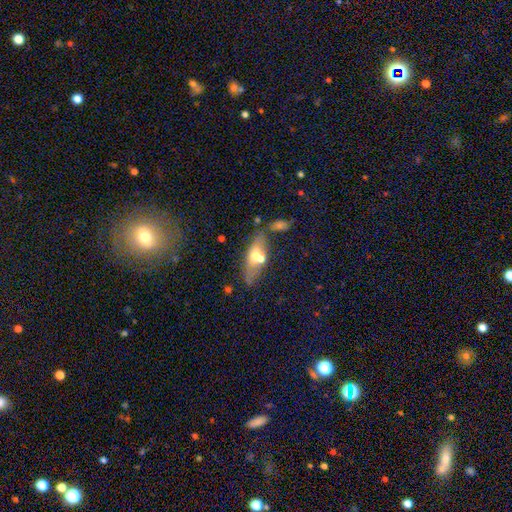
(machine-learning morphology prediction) Overall: smooth (54%; featured or disk 38%). How rounded: in between (68%). Merging: none (48%; merger 28%).